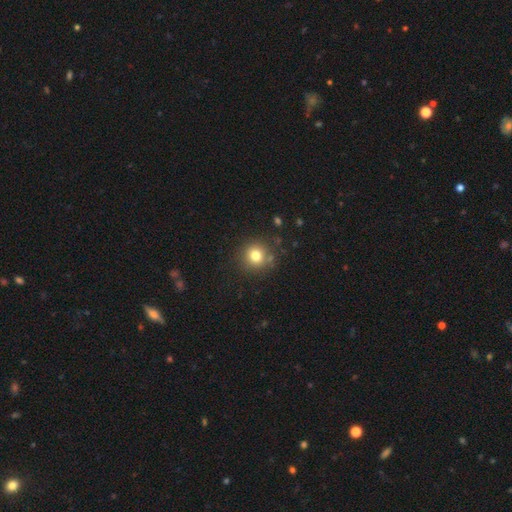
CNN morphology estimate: This appears to be a smooth galaxy with no disk features (78%) that is round (92%). Merging: none (83%).